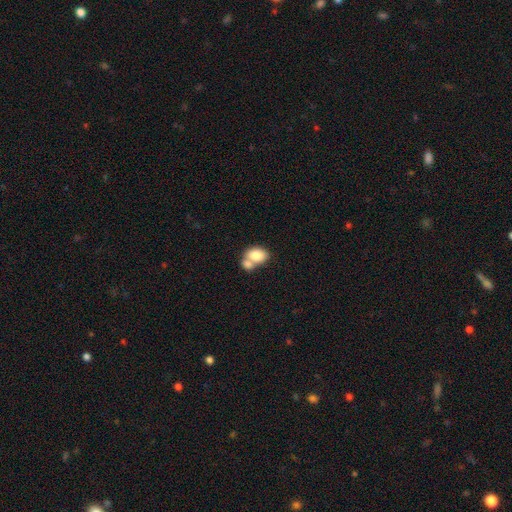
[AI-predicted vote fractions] Smooth or featured? smooth (80%)
How rounded? in between (76%)
Merging? merger (64%)